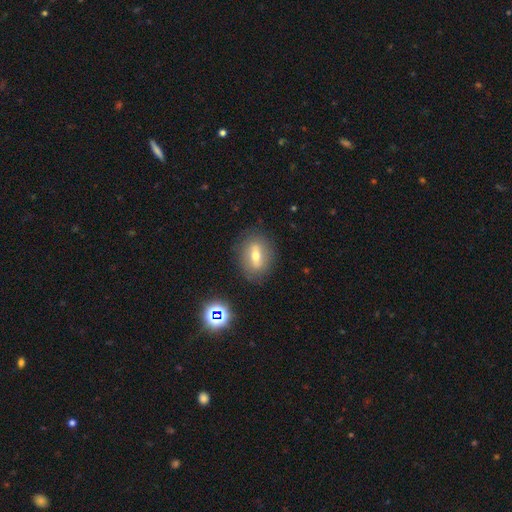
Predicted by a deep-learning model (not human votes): smooth 45%, featured or disk 42%, star or artifact 12%. Down the decision tree: merging — none (83%).